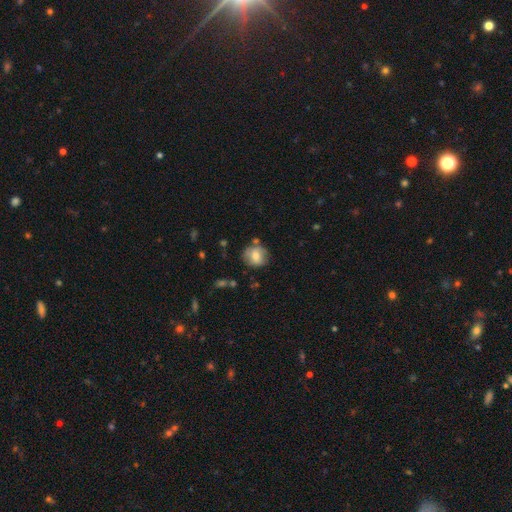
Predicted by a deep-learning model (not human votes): smooth-or-featured: smooth: 69% | featured or disk: 22% | star or artifact: 9%
  how-rounded: round: 82% | in between: 17% | cigar-shaped: 1%
  merging: none: 71% | minor disturbance: 19% | merger: 6% | major disturbance: 5%